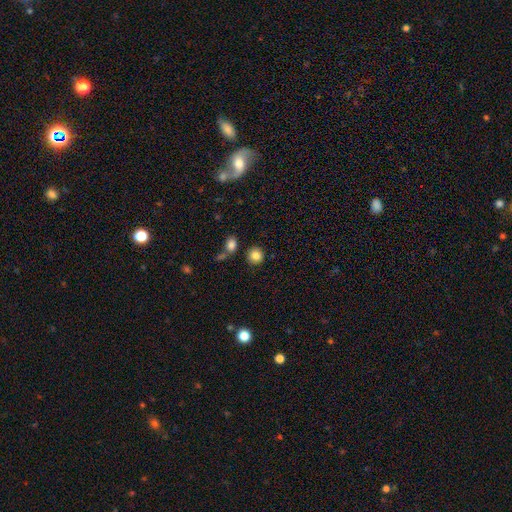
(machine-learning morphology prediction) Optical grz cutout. It shows a smooth galaxy with no disk features (84%) that is round (88%). Merging: none (83%).